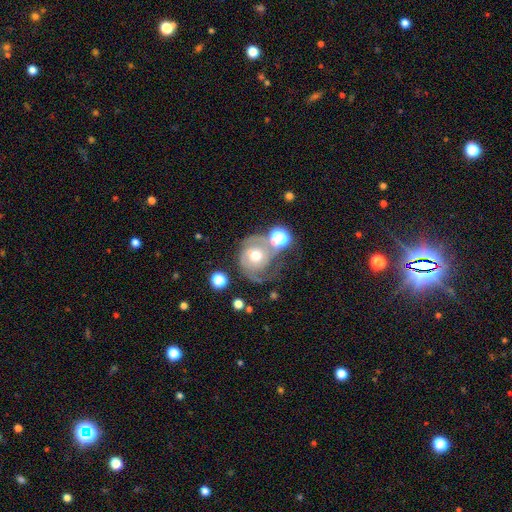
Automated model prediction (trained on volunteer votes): Smooth or featured? featured or disk (65%)
Edge-on disk? no (97%)
Bar? no (65%)
Spiral arms? yes (83%)
Spiral winding? medium (42%)
Spiral arm count? 2 (50%)
Bulge size? moderate (68%)
Merging? none (35%)